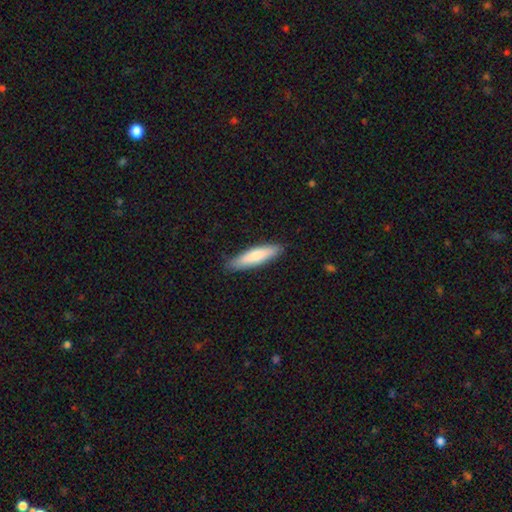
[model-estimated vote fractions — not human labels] The model was most divided on "how rounded": cigar-shaped: 76%, in between: 22%, round: 1%. More confident: merging — none (88%); smooth or featured — smooth (78%).